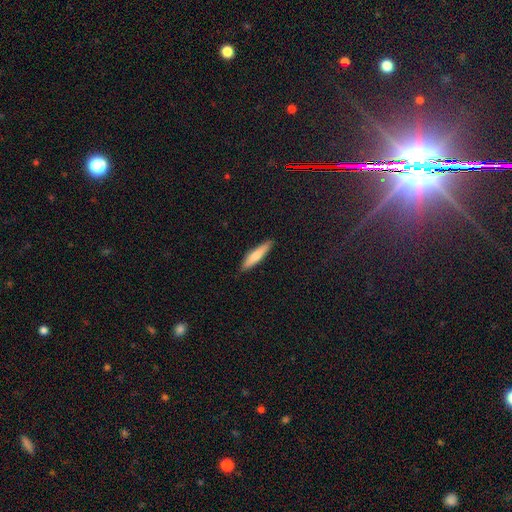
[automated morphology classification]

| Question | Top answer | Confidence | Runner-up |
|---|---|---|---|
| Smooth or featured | smooth | 71% | featured or disk (23%) |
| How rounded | cigar-shaped | 82% | in between (16%) |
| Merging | none | 89% | minor disturbance (9%) |